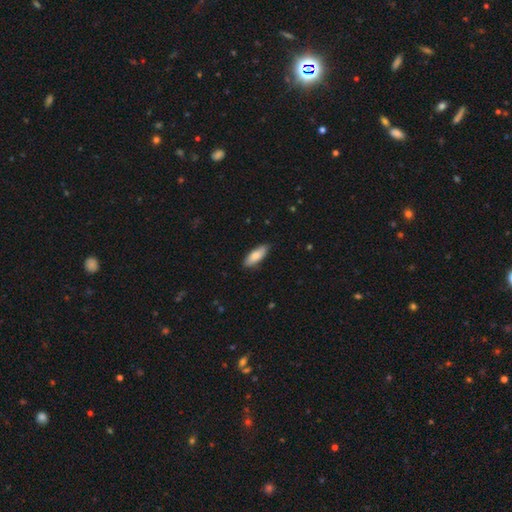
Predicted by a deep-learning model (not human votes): smooth 81%, featured or disk 13%, star or artifact 5%. Down the decision tree: how rounded — in between (66%); merging — none (86%).